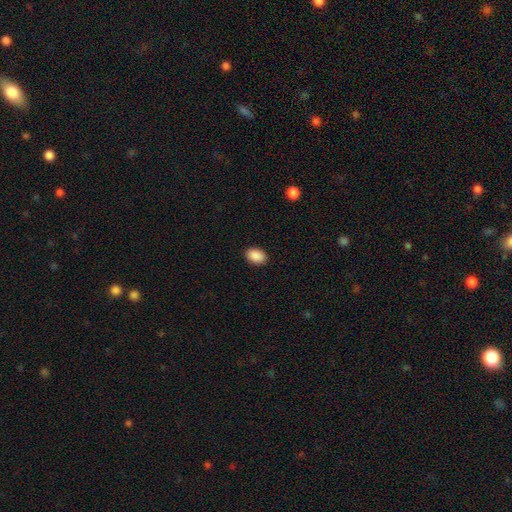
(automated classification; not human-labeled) A smooth galaxy with no disk features (90%) that is in between round and cigar-shaped (80%).

Vote fractions:
- Smooth or featured? smooth: 90% / star or artifact: 7% / featured or disk: 2%
- How rounded? in between: 80% / round: 19% / cigar-shaped: 1%
- Merging? none: 90% / minor disturbance: 7% / major disturbance: 2% / merger: 1%